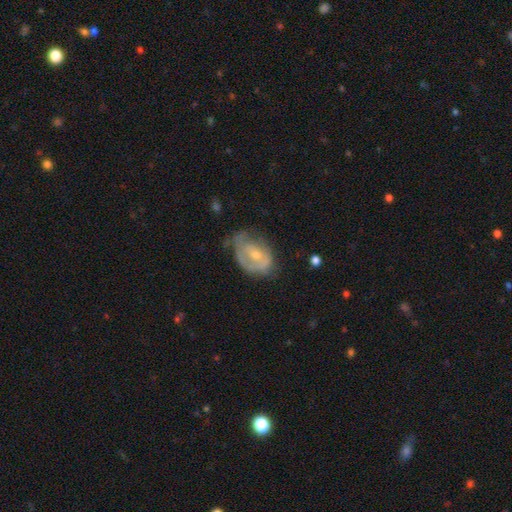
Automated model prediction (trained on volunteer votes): Smooth or featured: featured or disk — 60% (smooth — 32%)
Edge-on disk: no — 96% (yes — 4%)
Bar: no — 58% (weak — 35%)
Spiral arms: yes — 58% (no — 42%)
Bulge size: small — 51% (moderate — 43%)
Merging: none — 39% (minor disturbance — 34%)